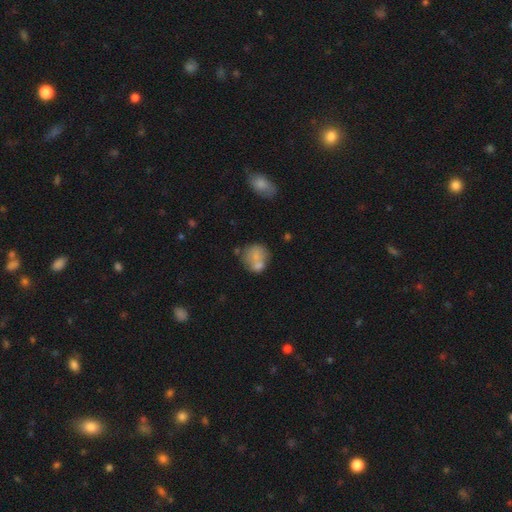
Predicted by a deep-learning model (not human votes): Smooth or featured: smooth — 69% (featured or disk — 21%)
How rounded: round — 68% (in between — 31%)
Merging: none — 43% (merger — 32%)